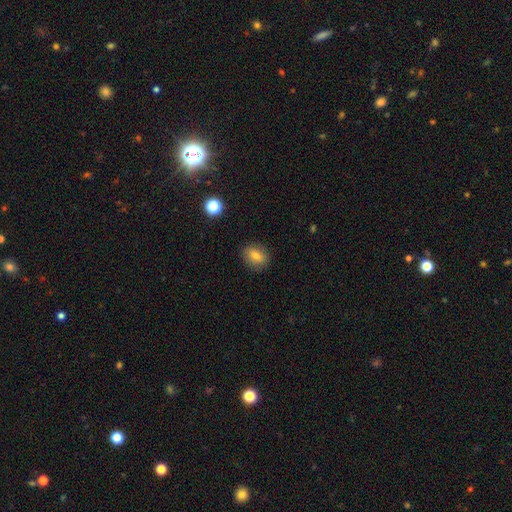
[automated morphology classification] Q: Smooth or featured?
A: smooth (74%); runner-up: featured or disk (15%)
Q: How rounded?
A: in between (59%); runner-up: round (39%)
Q: Merging?
A: none (86%); runner-up: minor disturbance (10%)